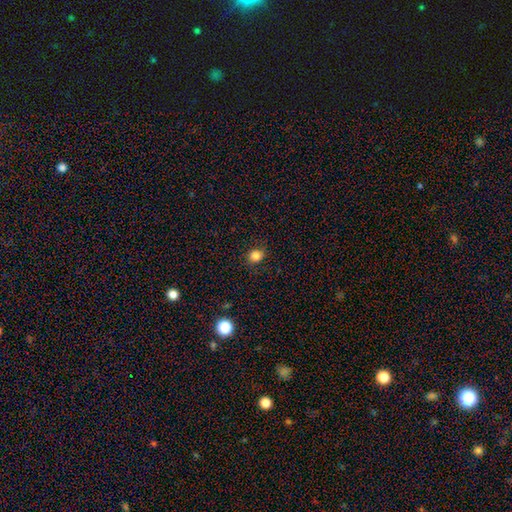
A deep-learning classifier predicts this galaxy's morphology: smooth 83%, star or artifact 12%, featured or disk 4%. Down the decision tree: how rounded — round (74%); merging — none (83%).